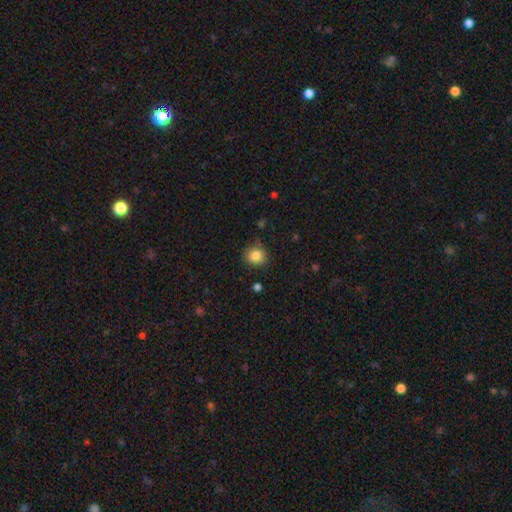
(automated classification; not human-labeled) Smooth or featured?
  - smooth: 85% *
  - star or artifact: 10%
  - featured or disk: 5%
How rounded?
  - round: 82% *
  - in between: 17%
  - cigar-shaped: 1%
Merging?
  - none: 81% *
  - minor disturbance: 14%
  - major disturbance: 3%
  - merger: 2%